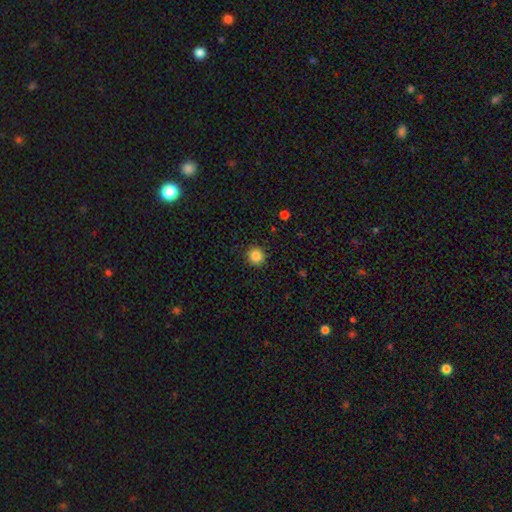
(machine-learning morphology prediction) The model was most divided on "smooth or featured": smooth: 86%, star or artifact: 11%, featured or disk: 4%. More confident: how rounded — round (93%); merging — none (91%).